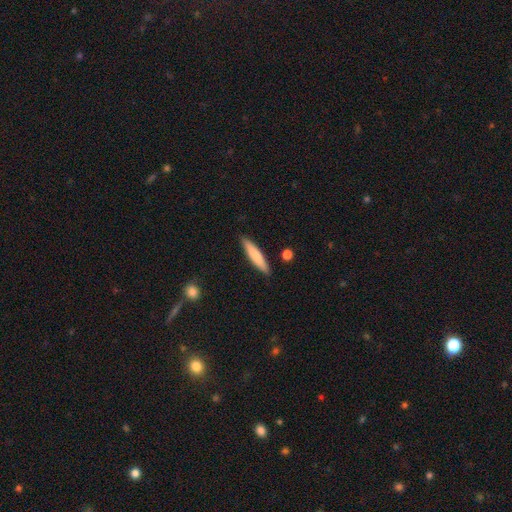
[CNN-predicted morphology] smooth_or_featured: smooth (p=0.75) [alt: featured or disk p=0.19]
how_rounded: cigar-shaped (p=0.88) [alt: in between p=0.11]
merging: none (p=0.89) [alt: minor disturbance p=0.08]